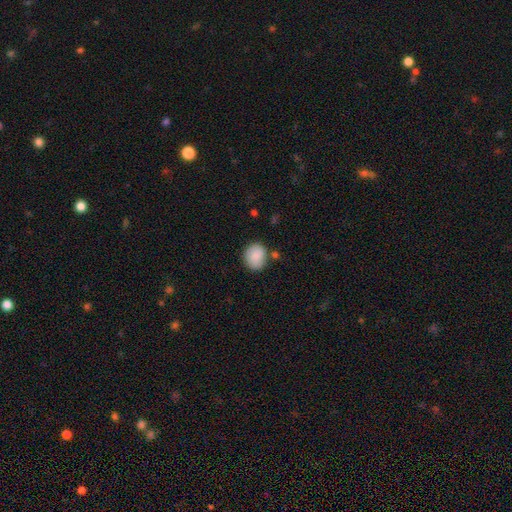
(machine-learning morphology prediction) smooth-or-featured: smooth: 87% | star or artifact: 7% | featured or disk: 6%
  how-rounded: round: 63% | in between: 36% | cigar-shaped: 1%
  merging: none: 73% | minor disturbance: 16% | merger: 7% | major disturbance: 4%